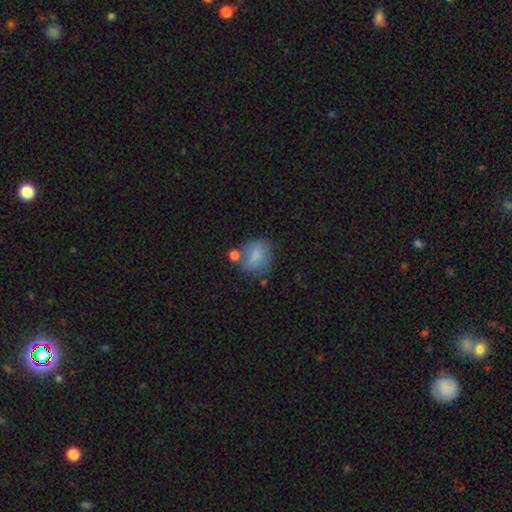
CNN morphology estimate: This appears to be a smooth galaxy with no disk features (73%) that is round (58%). Merging: none (55%).